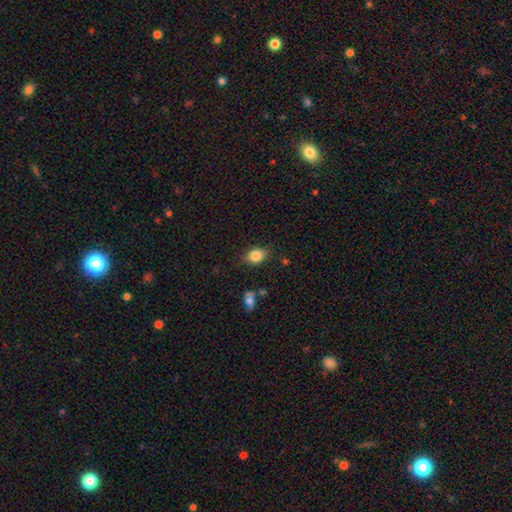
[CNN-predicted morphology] Smooth or featured? Predicted: smooth (p=0.84). How rounded? Predicted: in between (p=0.70). Merging? Predicted: none (p=0.79).